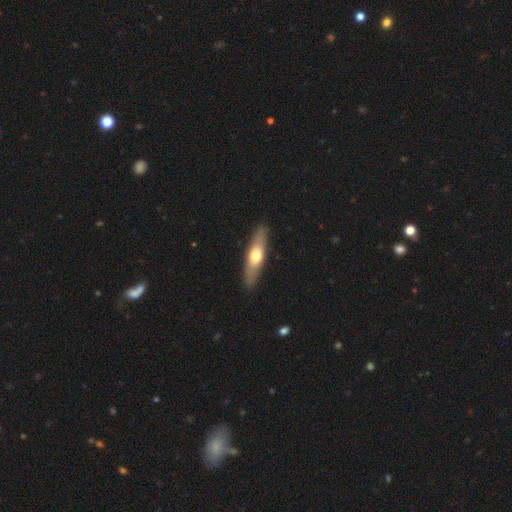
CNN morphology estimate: The model was most divided on "smooth or featured": smooth: 51%, featured or disk: 44%, star or artifact: 5%. More confident: merging — none (89%); how rounded — cigar-shaped (69%).